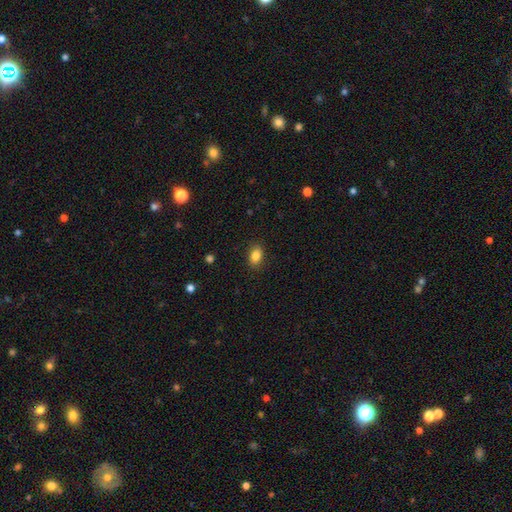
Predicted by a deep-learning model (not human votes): smooth-or-featured: smooth: 86% | star or artifact: 9% | featured or disk: 5%
  how-rounded: in between: 83% | round: 15% | cigar-shaped: 2%
  merging: none: 87% | minor disturbance: 10% | major disturbance: 3% | merger: 1%